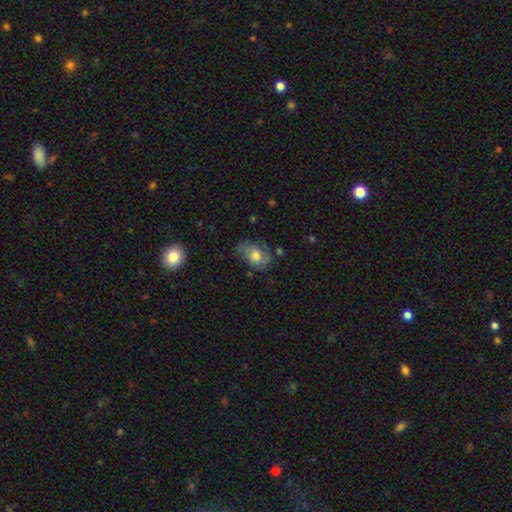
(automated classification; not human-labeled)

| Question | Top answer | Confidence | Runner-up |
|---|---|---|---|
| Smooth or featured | smooth | 56% | featured or disk (36%) |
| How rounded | in between | 79% | round (19%) |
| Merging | none | 49% | minor disturbance (32%) |